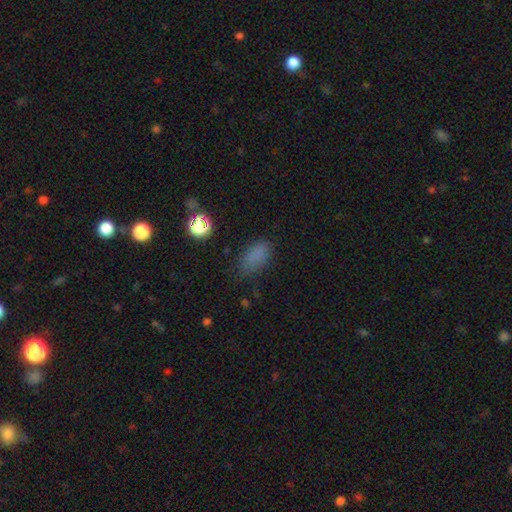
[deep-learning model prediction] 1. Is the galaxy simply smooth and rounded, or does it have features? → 76% smooth, 17% star or artifact, 7% featured or disk.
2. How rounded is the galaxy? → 87% in between, 8% round, 5% cigar-shaped.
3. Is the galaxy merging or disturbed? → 68% none, 22% minor disturbance, 8% major disturbance, 2% merger.